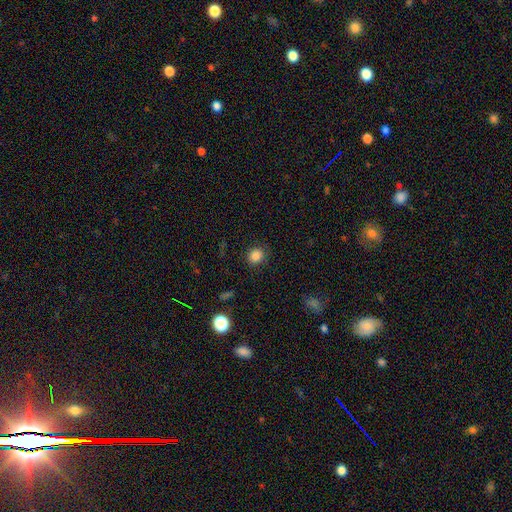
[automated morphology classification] Smooth or featured: smooth — 84% (star or artifact — 12%)
How rounded: round — 82% (in between — 17%)
Merging: none — 86% (minor disturbance — 9%)